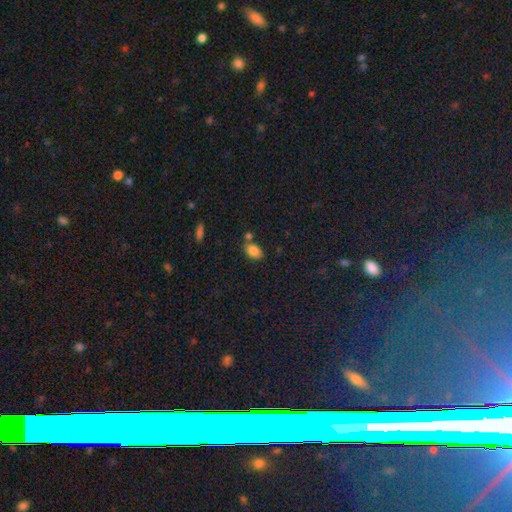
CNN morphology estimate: Overall: smooth (74%). How rounded: in between (77%). Merging: none (67%).